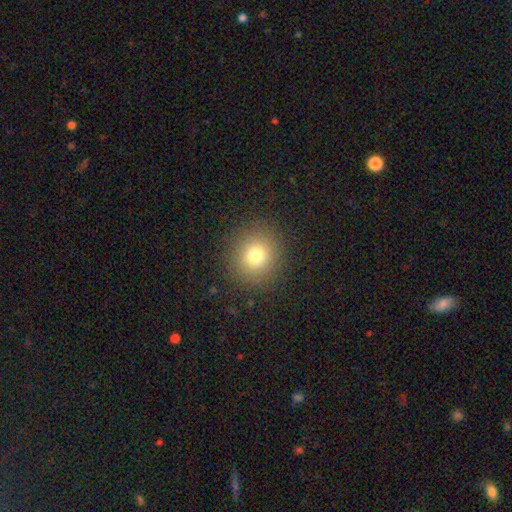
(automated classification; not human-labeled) The model was most divided on "smooth or featured": smooth: 76%, star or artifact: 14%, featured or disk: 9%. More confident: how rounded — round (91%); merging — none (89%).